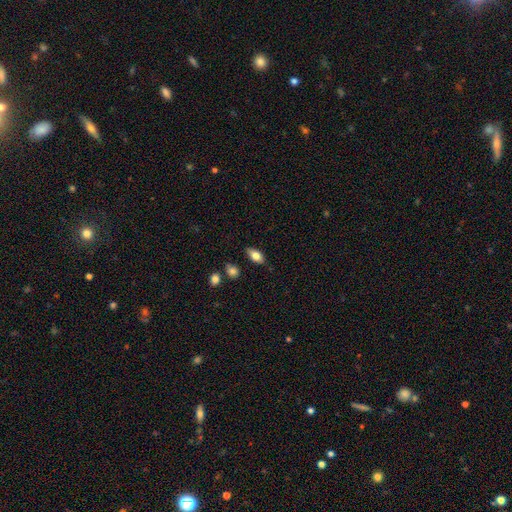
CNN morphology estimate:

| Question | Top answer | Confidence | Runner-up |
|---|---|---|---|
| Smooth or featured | smooth | 73% | featured or disk (20%) |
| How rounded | in between | 87% | cigar-shaped (8%) |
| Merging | none | 82% | minor disturbance (13%) |